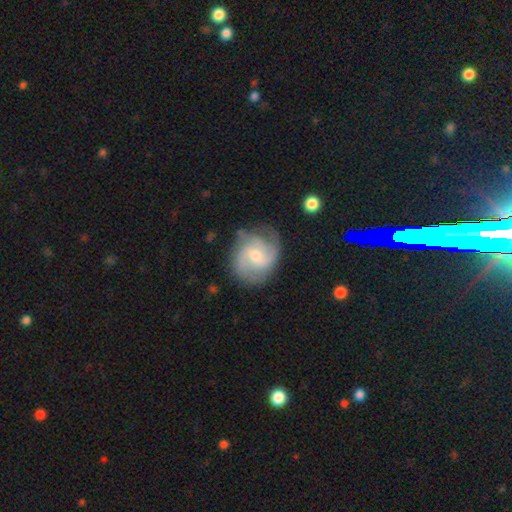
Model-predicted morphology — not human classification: A featured or disk galaxy (80%) with no bar (48%), 2 (48%) medium (50%) spiral arms (95%) and a moderate central bulge (49%).

Vote fractions:
- Smooth or featured? featured or disk: 80% / smooth: 14% / star or artifact: 6%
- Edge-on disk? no: 98% / yes: 2%
- Bar? no: 48% / weak: 44% / strong: 8%
- Spiral arms? yes: 95% / no: 5%
- Spiral winding? medium: 50% / tight: 31% / loose: 19%
- Spiral arm count? 2: 48% / 3: 28% / can't tell: 14% / 4: 4% / 1: 4% / more than 4: 3%
- Bulge size? moderate: 49% / small: 46% / large: 2% / none: 2% / dominant: 1%
- Merging? none: 72% / minor disturbance: 19% / major disturbance: 7% / merger: 2%